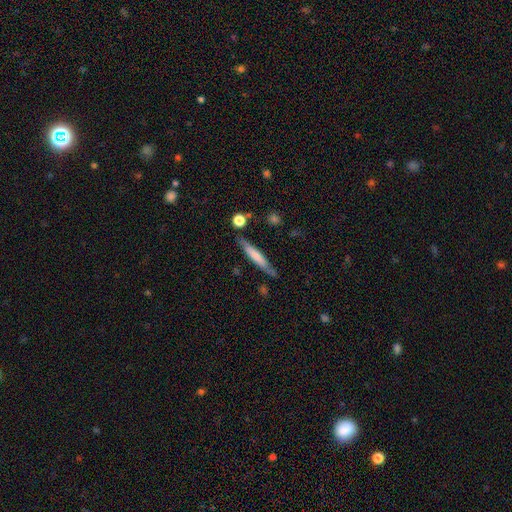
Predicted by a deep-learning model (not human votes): smooth 62%, featured or disk 32%, star or artifact 6%. Down the decision tree: how rounded — cigar-shaped (92%); merging — none (76%).